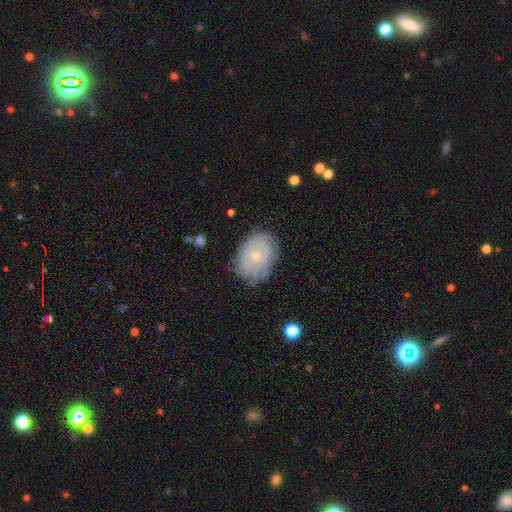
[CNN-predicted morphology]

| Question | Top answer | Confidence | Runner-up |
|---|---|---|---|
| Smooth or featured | featured or disk | 62% | smooth (30%) |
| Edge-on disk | no | 96% | yes (4%) |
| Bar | no | 82% | weak (15%) |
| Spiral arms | yes | 69% | no (31%) |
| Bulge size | small | 67% | moderate (30%) |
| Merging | none | 71% | minor disturbance (21%) |